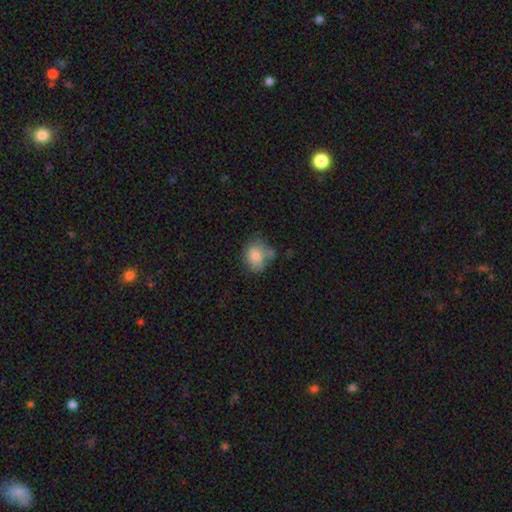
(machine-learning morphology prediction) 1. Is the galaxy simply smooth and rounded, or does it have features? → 82% smooth, 9% featured or disk, 9% star or artifact.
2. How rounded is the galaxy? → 55% in between, 44% round, 1% cigar-shaped.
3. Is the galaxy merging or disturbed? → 58% none, 25% minor disturbance, 10% merger, 7% major disturbance.